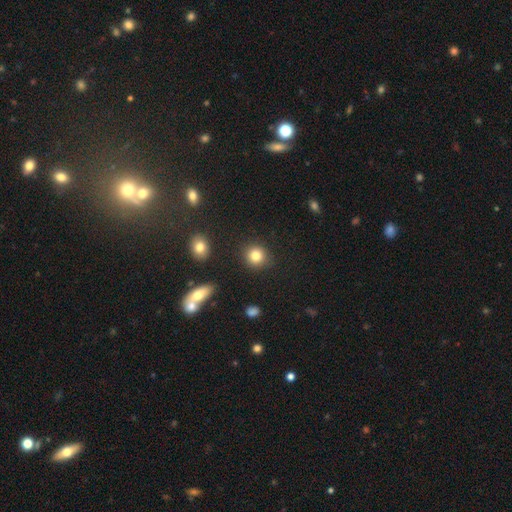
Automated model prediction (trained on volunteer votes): This is clearly a smooth galaxy (84%). How rounded: clearly round (88%). Merging: clearly none (88%).